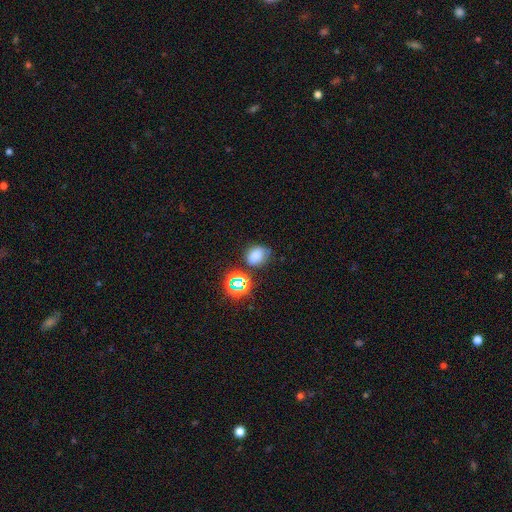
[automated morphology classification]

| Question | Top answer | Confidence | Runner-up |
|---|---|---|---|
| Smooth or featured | smooth | 72% | star or artifact (20%) |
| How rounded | round | 52% | in between (47%) |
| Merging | none | 67% | minor disturbance (19%) |